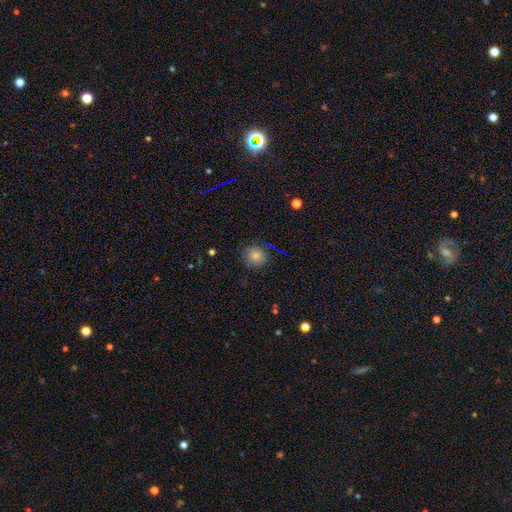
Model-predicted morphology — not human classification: This is likely a smooth galaxy (79%). How rounded: clearly round (90%). Merging: clearly none (84%).